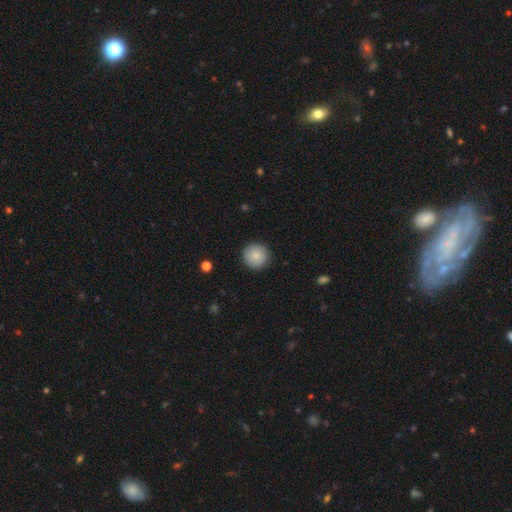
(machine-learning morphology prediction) This is clearly a smooth galaxy (86%). How rounded: clearly round (96%). Merging: clearly none (92%).